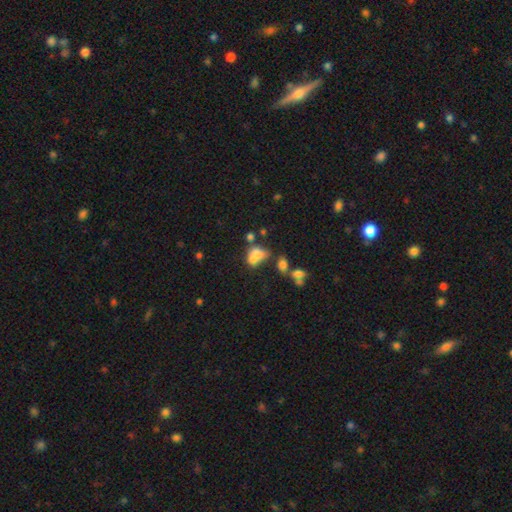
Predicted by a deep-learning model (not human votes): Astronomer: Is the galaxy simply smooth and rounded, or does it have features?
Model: smooth — 66%.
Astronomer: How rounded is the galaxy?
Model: in between — 71%.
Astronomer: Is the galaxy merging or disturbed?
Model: merger — 51%.